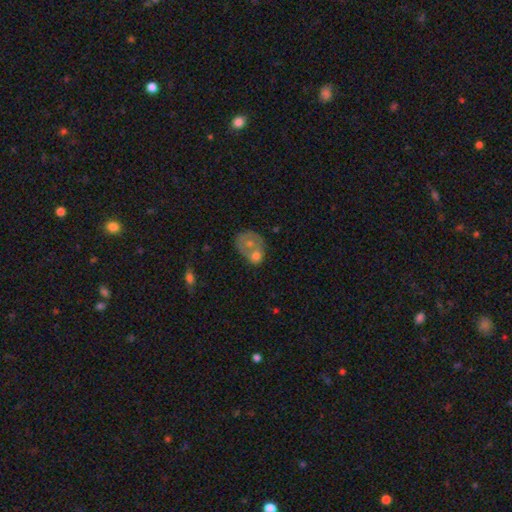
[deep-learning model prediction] This is possibly a smooth galaxy (55%). How rounded: possibly round (51%). Merging: possibly merger (55%).